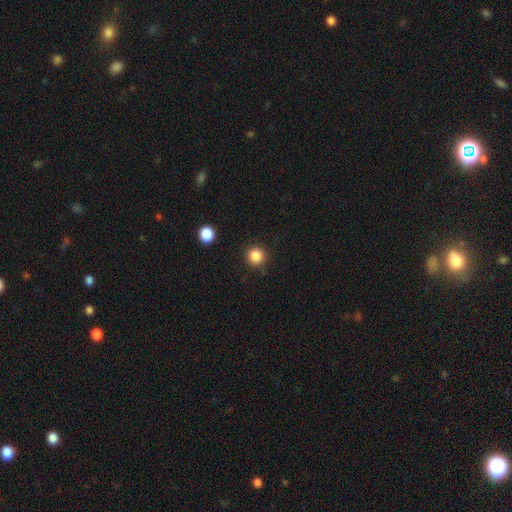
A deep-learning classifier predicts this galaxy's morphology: The model was most divided on "smooth or featured": smooth: 86%, star or artifact: 11%, featured or disk: 3%. More confident: how rounded — round (95%); merging — none (89%).